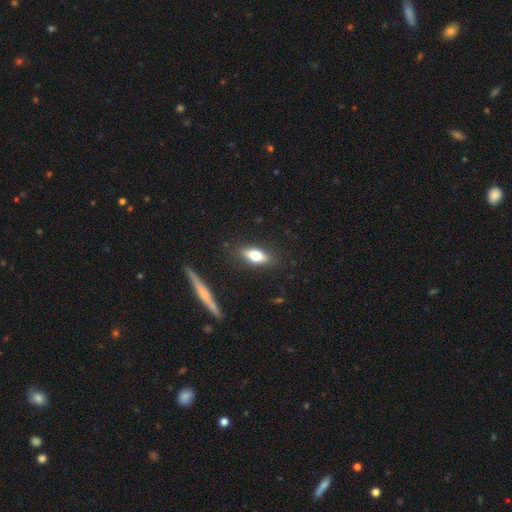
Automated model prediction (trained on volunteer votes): Smooth or featured: smooth — 68% (featured or disk — 24%)
How rounded: in between — 72% (cigar-shaped — 23%)
Merging: none — 85% (minor disturbance — 10%)